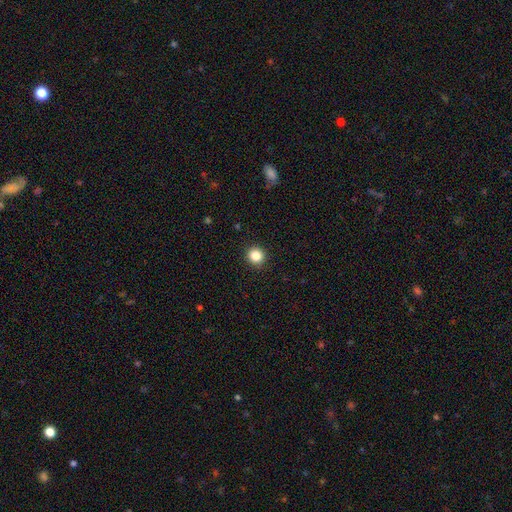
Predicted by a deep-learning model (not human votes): A smooth galaxy with no disk features (85%) that is round (92%).

Vote fractions:
- Smooth or featured? smooth: 85% / star or artifact: 11% / featured or disk: 4%
- How rounded? round: 92% / in between: 7% / cigar-shaped: 1%
- Merging? none: 93% / minor disturbance: 5% / major disturbance: 2% / merger: 1%